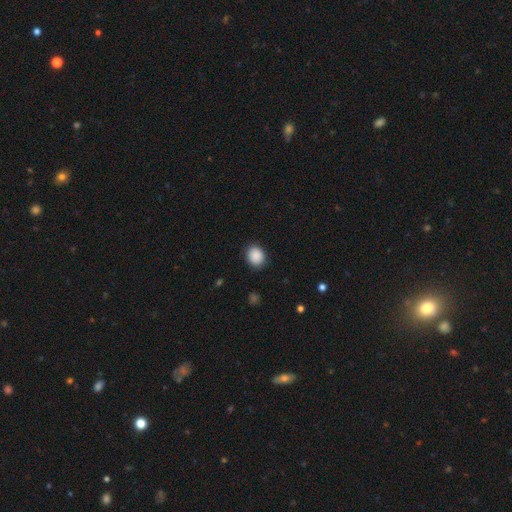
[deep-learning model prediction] Smooth or featured: smooth — 89% (star or artifact — 8%)
How rounded: round — 69% (in between — 30%)
Merging: none — 88% (minor disturbance — 9%)